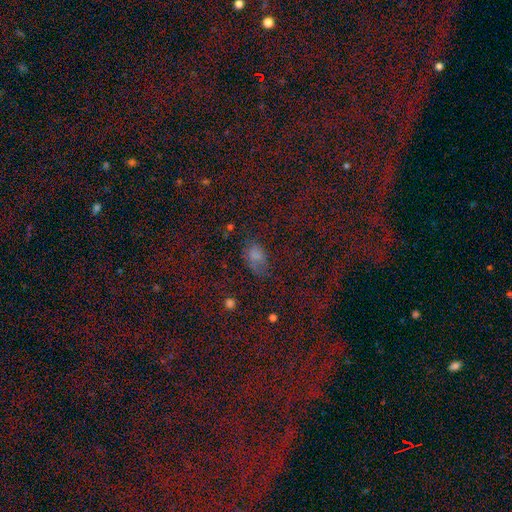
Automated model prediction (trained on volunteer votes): smooth_or_featured: smooth (p=0.58) [alt: star or artifact p=0.30]
how_rounded: in between (p=0.81) [alt: round p=0.16]
merging: none (p=0.53) [alt: minor disturbance p=0.26]